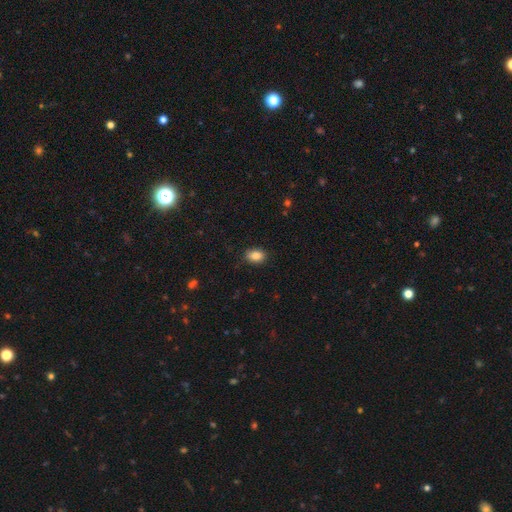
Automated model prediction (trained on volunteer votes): Q: Smooth or featured?
A: smooth (85%); runner-up: star or artifact (9%)
Q: How rounded?
A: in between (81%); runner-up: round (17%)
Q: Merging?
A: none (86%); runner-up: minor disturbance (11%)